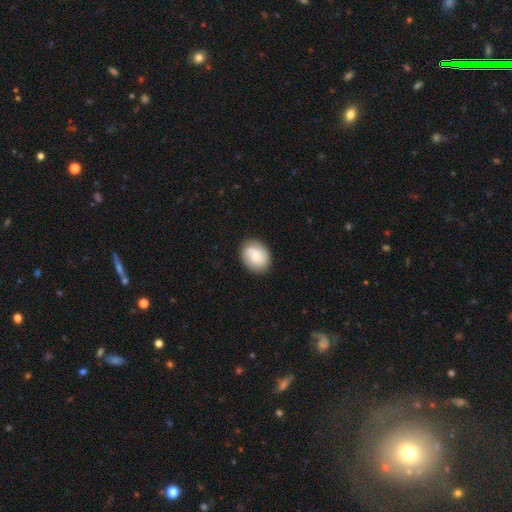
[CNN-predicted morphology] This appears to be a smooth galaxy with no disk features (61%) that is in between round and cigar-shaped (51%). Merging: none (86%).